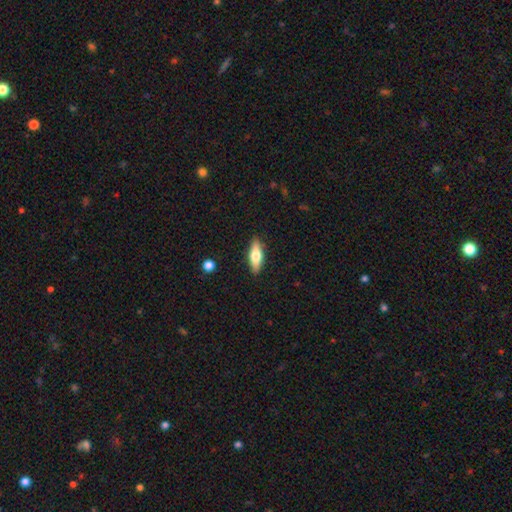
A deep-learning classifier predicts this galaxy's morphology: This is likely a smooth galaxy (61%). How rounded: possibly in between (58%). Merging: clearly none (88%).